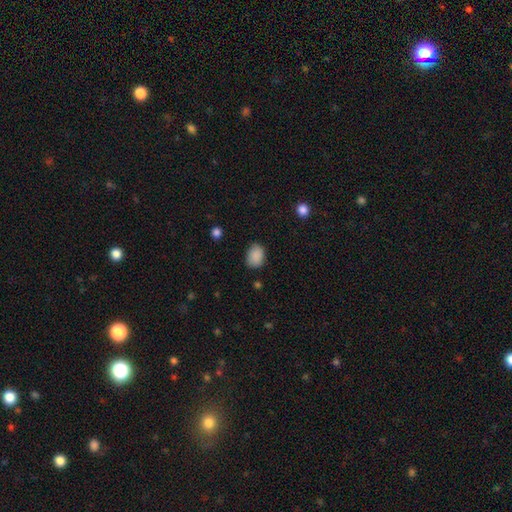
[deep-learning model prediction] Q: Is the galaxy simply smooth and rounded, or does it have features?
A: smooth — 88%.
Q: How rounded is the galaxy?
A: in between — 70%.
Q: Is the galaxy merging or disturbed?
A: none — 77%.